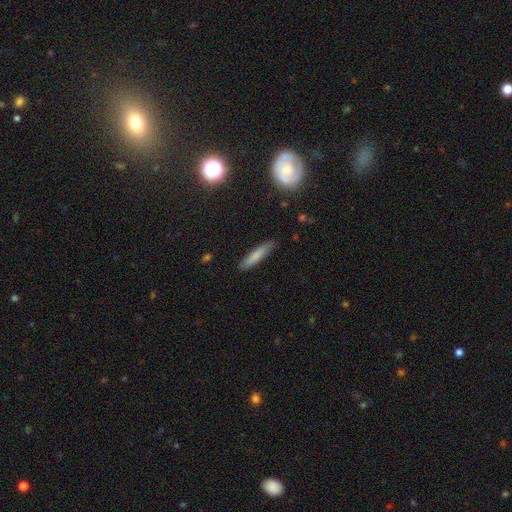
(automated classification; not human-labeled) Smooth or featured?
  - smooth: 78% *
  - featured or disk: 15%
  - star or artifact: 7%
How rounded?
  - cigar-shaped: 88% *
  - in between: 11%
  - round: 1%
Merging?
  - none: 83% *
  - minor disturbance: 13%
  - major disturbance: 2%
  - merger: 1%